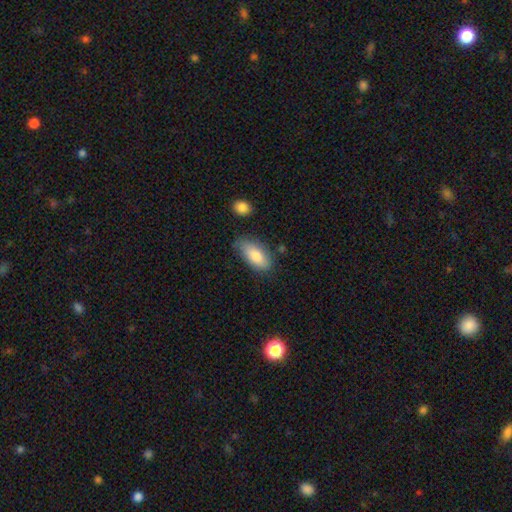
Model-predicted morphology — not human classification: The model was most divided on "merging": none: 67%, minor disturbance: 24%, major disturbance: 5%, merger: 3%. More confident: how rounded — in between (88%); smooth or featured — smooth (82%).